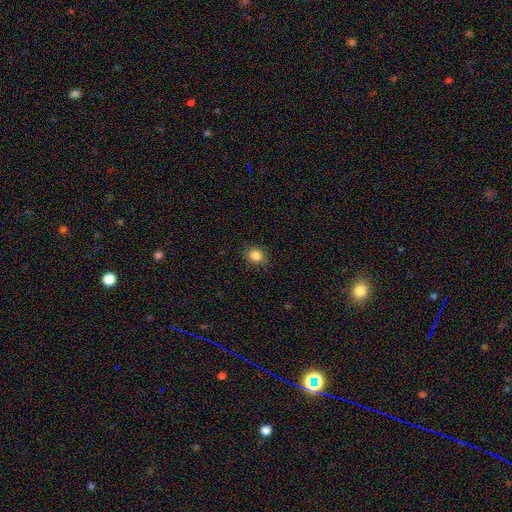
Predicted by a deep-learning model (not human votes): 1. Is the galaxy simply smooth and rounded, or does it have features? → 85% smooth, 10% star or artifact, 5% featured or disk.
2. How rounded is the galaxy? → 57% round, 42% in between, 1% cigar-shaped.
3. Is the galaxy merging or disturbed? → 86% none, 10% minor disturbance, 3% major disturbance, 1% merger.